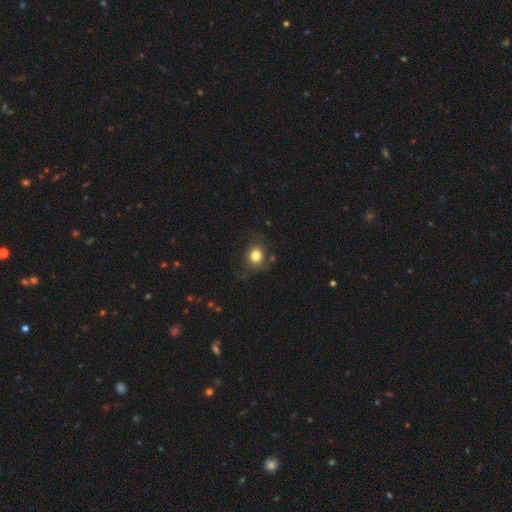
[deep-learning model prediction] A smooth galaxy with no disk features (80%) that is round (73%).

Vote fractions:
- Smooth or featured? smooth: 80% / star or artifact: 11% / featured or disk: 9%
- How rounded? round: 73% / in between: 26% / cigar-shaped: 1%
- Merging? none: 72% / minor disturbance: 18% / major disturbance: 7% / merger: 3%